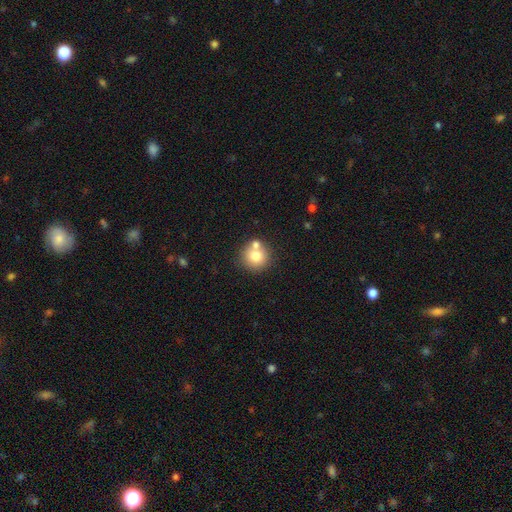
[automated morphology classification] This is likely a smooth galaxy (73%). How rounded: clearly round (92%). Merging: likely none (63%).